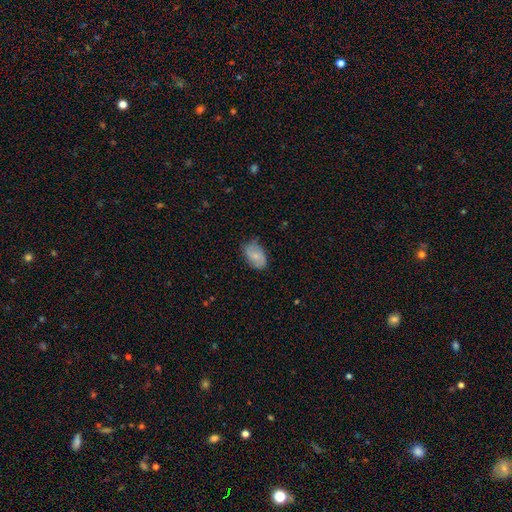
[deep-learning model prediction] Smooth or featured?
  - smooth: 70% *
  - featured or disk: 23%
  - star or artifact: 7%
How rounded?
  - in between: 91% *
  - round: 7%
  - cigar-shaped: 2%
Merging?
  - none: 71% *
  - minor disturbance: 23%
  - major disturbance: 5%
  - merger: 1%